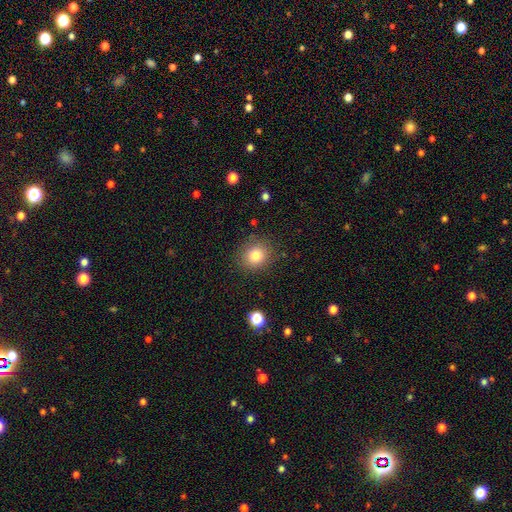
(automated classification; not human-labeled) This is likely a smooth galaxy (80%). How rounded: likely round (79%). Merging: clearly none (86%).